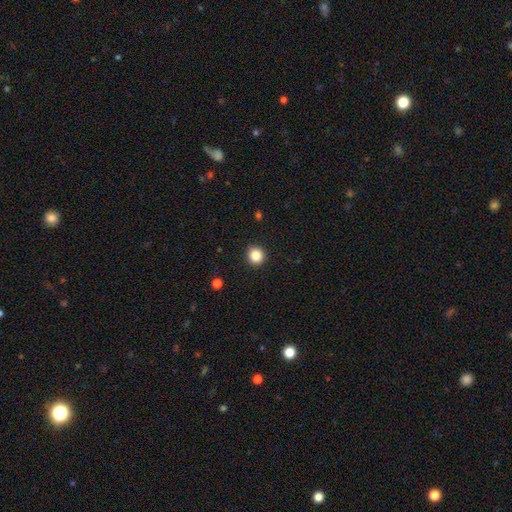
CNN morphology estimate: Smooth or featured? smooth (85%)
How rounded? round (92%)
Merging? none (92%)